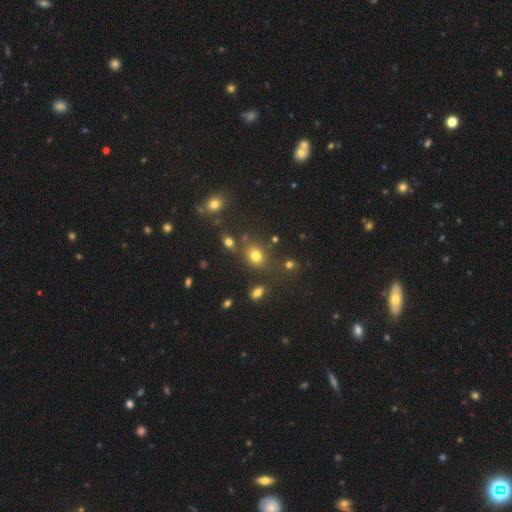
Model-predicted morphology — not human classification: A smooth galaxy with no disk features (74%) that is round (54%).

Vote fractions:
- Smooth or featured? smooth: 74% / star or artifact: 17% / featured or disk: 9%
- How rounded? round: 54% / in between: 44% / cigar-shaped: 1%
- Merging? none: 71% / minor disturbance: 13% / merger: 10% / major disturbance: 5%